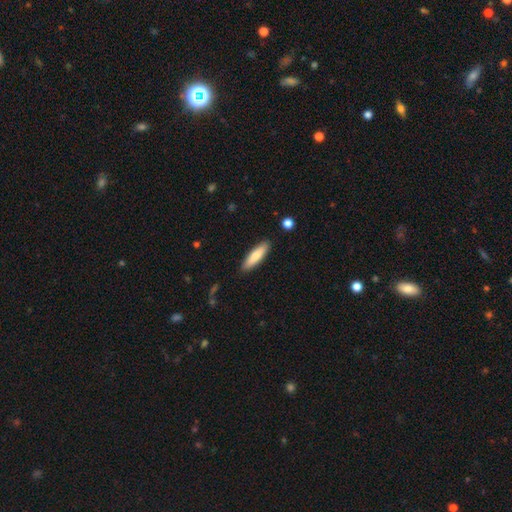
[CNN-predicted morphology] smooth 75%, featured or disk 20%, star or artifact 6%. Down the decision tree: how rounded — cigar-shaped (65%); merging — none (89%).